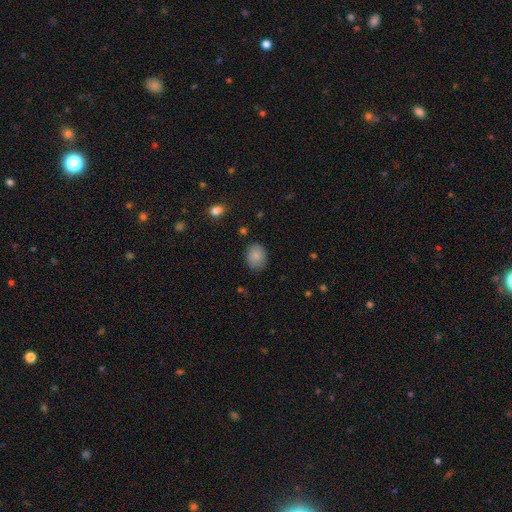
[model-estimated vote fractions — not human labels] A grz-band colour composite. It shows a smooth galaxy with no disk features (86%) that is in between round and cigar-shaped (55%). Merging: none (80%).